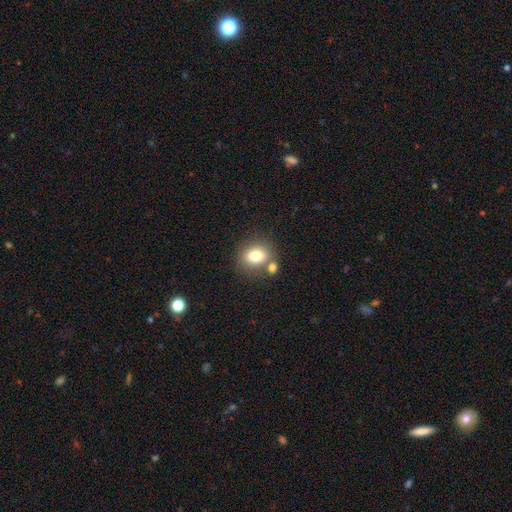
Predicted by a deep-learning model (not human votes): This is likely a smooth galaxy (78%). How rounded: possibly in between (54%). Merging: likely none (62%).